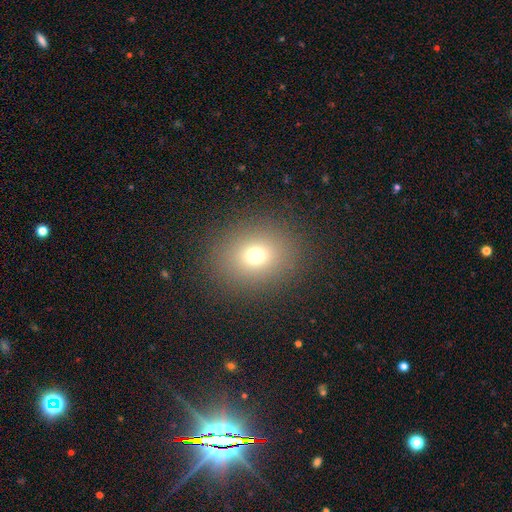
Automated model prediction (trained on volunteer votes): Smooth or featured: smooth — 71% (star or artifact — 18%)
How rounded: round — 70% (in between — 29%)
Merging: none — 88% (minor disturbance — 7%)